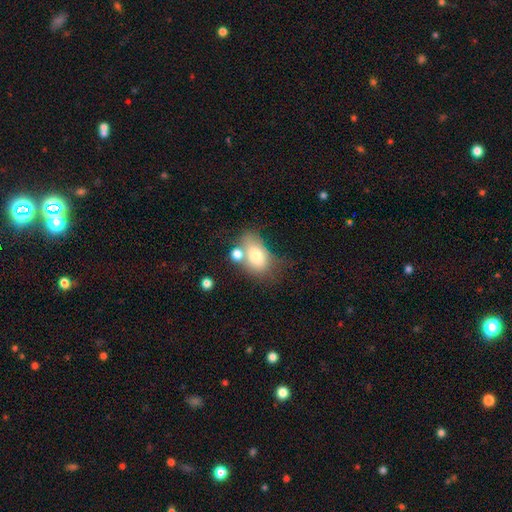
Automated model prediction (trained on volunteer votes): smooth-or-featured: smooth: 71% | featured or disk: 19% | star or artifact: 9%
  how-rounded: in between: 82% | round: 17% | cigar-shaped: 2%
  merging: none: 36% | merger: 31% | minor disturbance: 20% | major disturbance: 12%